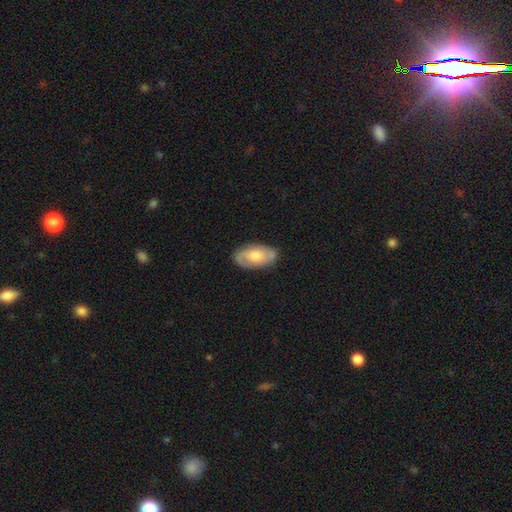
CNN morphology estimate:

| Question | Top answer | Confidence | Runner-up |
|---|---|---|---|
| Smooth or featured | featured or disk | 56% | smooth (38%) |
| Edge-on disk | no | 92% | yes (8%) |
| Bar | no | 67% | weak (28%) |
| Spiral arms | yes | 77% | no (23%) |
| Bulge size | moderate | 59% | small (27%) |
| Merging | none | 81% | minor disturbance (14%) |